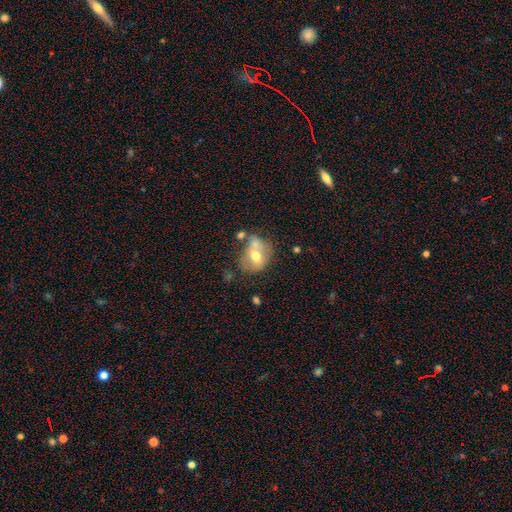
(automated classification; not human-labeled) smooth_or_featured: smooth (p=0.58) [alt: featured or disk p=0.32]
how_rounded: round (p=0.56) [alt: in between p=0.43]
merging: none (p=0.38) [alt: merger p=0.35]